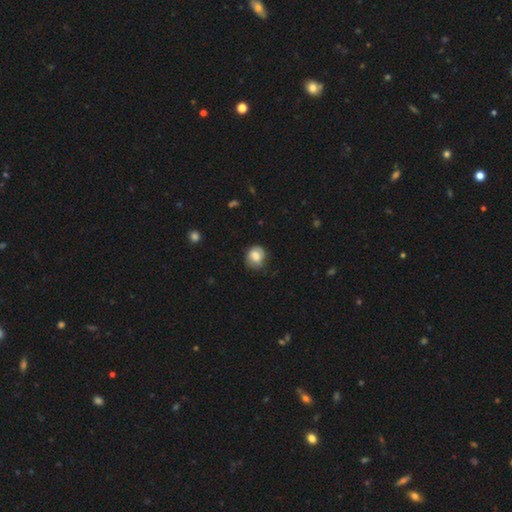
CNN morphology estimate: Smooth or featured: smooth — 77% (featured or disk — 15%)
How rounded: round — 70% (in between — 29%)
Merging: none — 63% (minor disturbance — 27%)